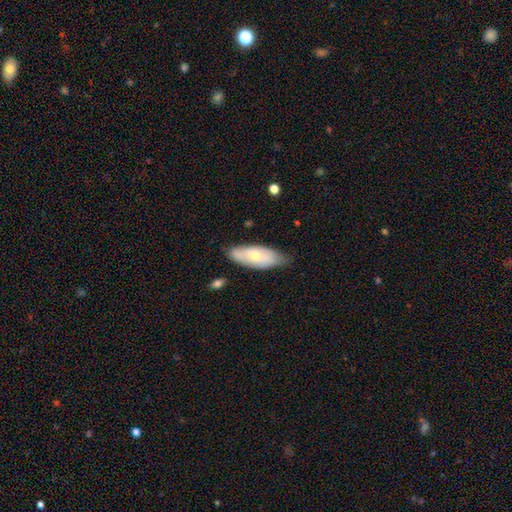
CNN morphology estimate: The model was most divided on "smooth or featured": smooth: 58%, featured or disk: 36%, star or artifact: 6%. More confident: how rounded — in between (78%); merging — none (67%).